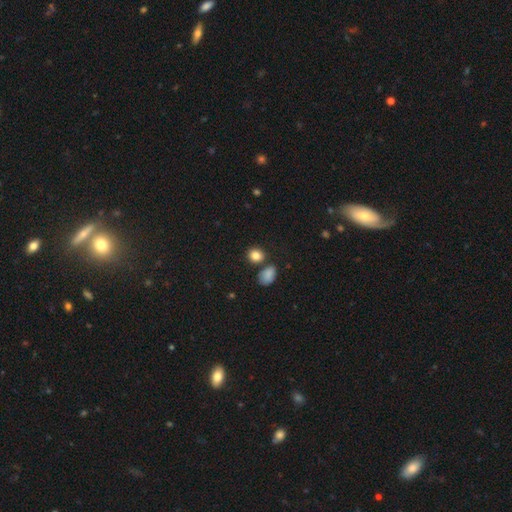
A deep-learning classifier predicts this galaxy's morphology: A smooth galaxy with no disk features (84%) that is round (69%).

Vote fractions:
- Smooth or featured? smooth: 84% / star or artifact: 10% / featured or disk: 5%
- How rounded? round: 69% / in between: 30% / cigar-shaped: 1%
- Merging? none: 73% / merger: 12% / minor disturbance: 11% / major disturbance: 3%